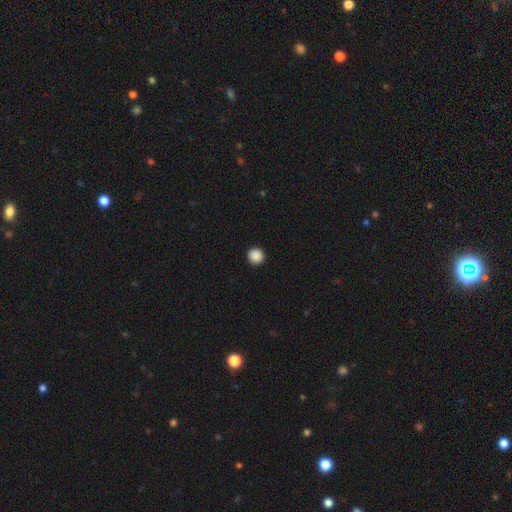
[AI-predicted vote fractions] This is clearly a smooth galaxy (89%). How rounded: clearly round (94%). Merging: clearly none (93%).